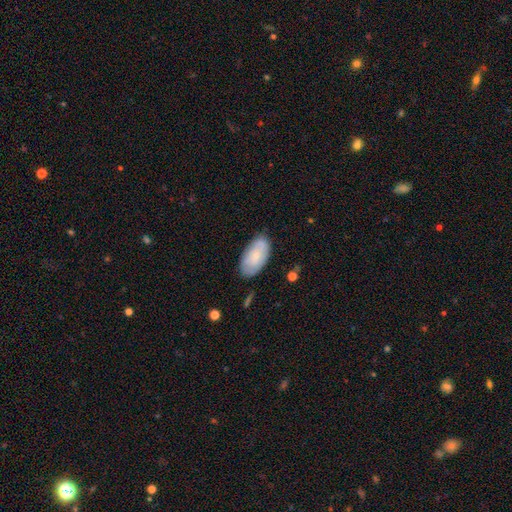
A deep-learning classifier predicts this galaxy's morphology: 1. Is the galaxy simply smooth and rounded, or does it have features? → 66% smooth, 28% featured or disk, 6% star or artifact.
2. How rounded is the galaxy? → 94% in between, 3% round, 3% cigar-shaped.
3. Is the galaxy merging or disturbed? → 76% none, 18% minor disturbance, 4% major disturbance, 2% merger.